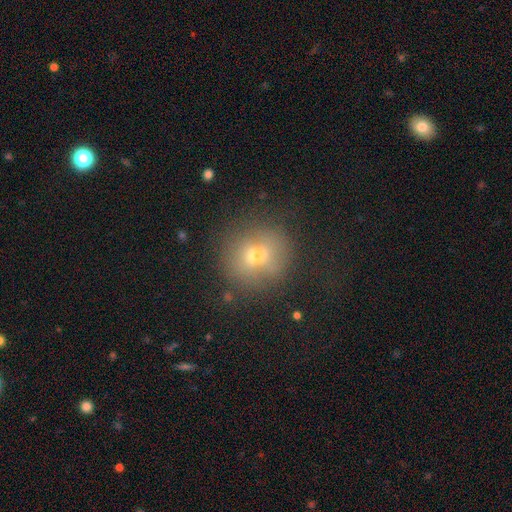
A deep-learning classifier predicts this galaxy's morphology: This is possibly a smooth galaxy (60%). How rounded: clearly round (89%). Merging: likely none (77%).